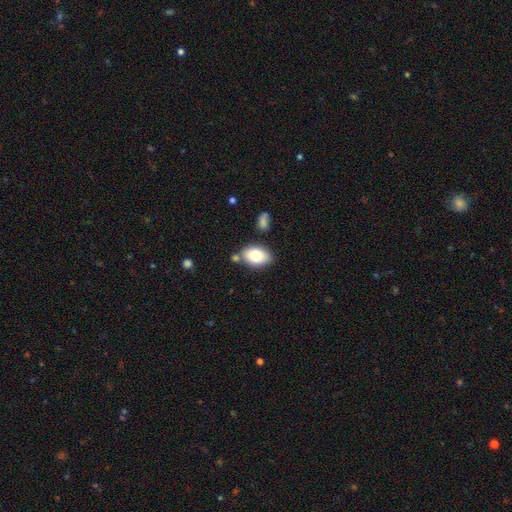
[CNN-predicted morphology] A smooth galaxy with no disk features (75%) that is in between round and cigar-shaped (88%).

Vote fractions:
- Smooth or featured? smooth: 75% / featured or disk: 17% / star or artifact: 8%
- How rounded? in between: 88% / round: 11% / cigar-shaped: 1%
- Merging? none: 70% / minor disturbance: 17% / merger: 10% / major disturbance: 4%